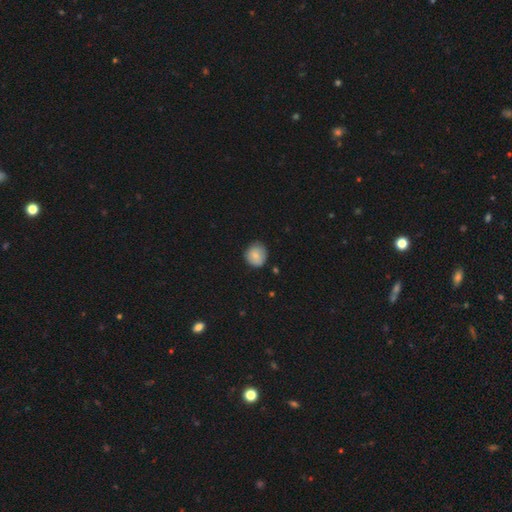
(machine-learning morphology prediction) Smooth or featured? Predicted: smooth (p=0.82). How rounded? Predicted: round (p=0.84). Merging? Predicted: none (p=0.75).